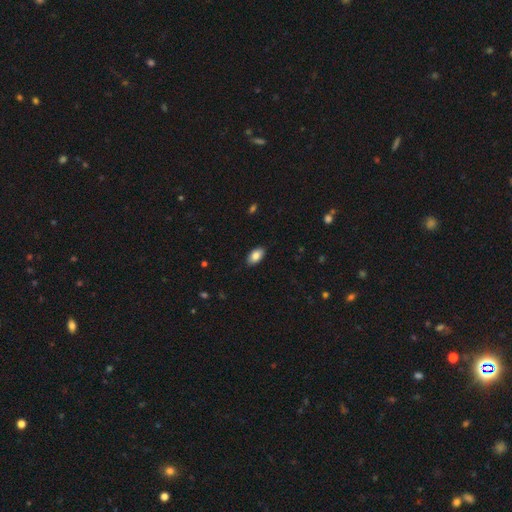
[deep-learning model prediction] This is clearly a smooth galaxy (85%). How rounded: clearly in between (94%). Merging: clearly none (88%).